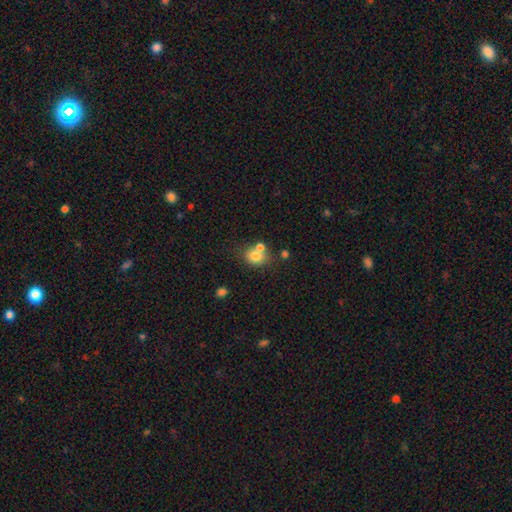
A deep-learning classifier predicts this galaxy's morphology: A smooth galaxy with no disk features (77%) that is round (63%).

Vote fractions:
- Smooth or featured? smooth: 77% / featured or disk: 12% / star or artifact: 12%
- How rounded? round: 63% / in between: 36% / cigar-shaped: 1%
- Merging? none: 51% / merger: 34% / minor disturbance: 11% / major disturbance: 4%